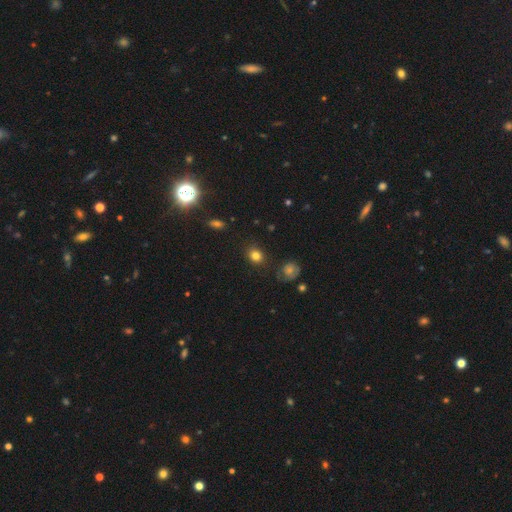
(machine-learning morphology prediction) Q: Smooth or featured?
A: smooth (80%); runner-up: star or artifact (13%)
Q: How rounded?
A: round (72%); runner-up: in between (27%)
Q: Merging?
A: none (84%); runner-up: minor disturbance (11%)